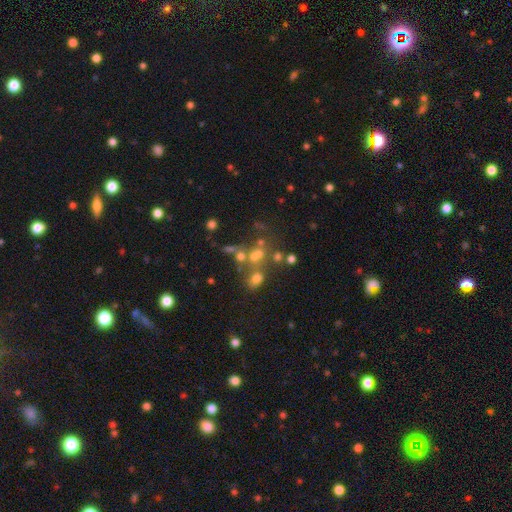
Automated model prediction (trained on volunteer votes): This is marginally a smooth galaxy (40%). Merging: marginally none (42%).